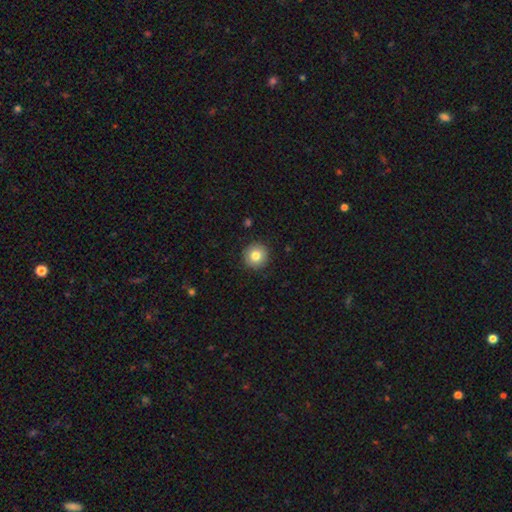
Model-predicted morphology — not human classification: Smooth or featured?
  - smooth: 80% *
  - featured or disk: 10%
  - star or artifact: 9%
How rounded?
  - round: 96% *
  - in between: 4%
  - cigar-shaped: 1%
Merging?
  - none: 92% *
  - minor disturbance: 6%
  - major disturbance: 2%
  - merger: 1%